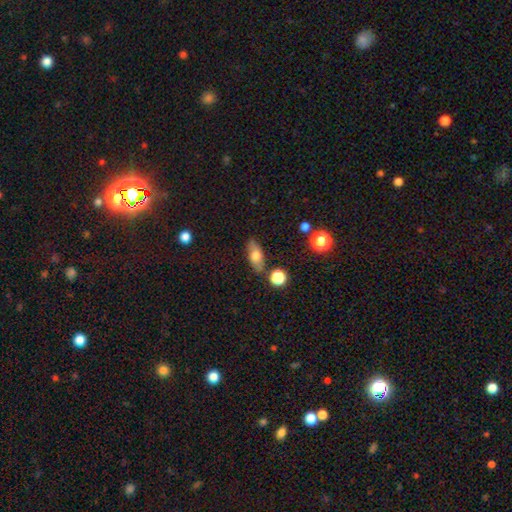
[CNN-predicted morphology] type=smooth (67%); roundness=in between (77%); merging=none (80%).